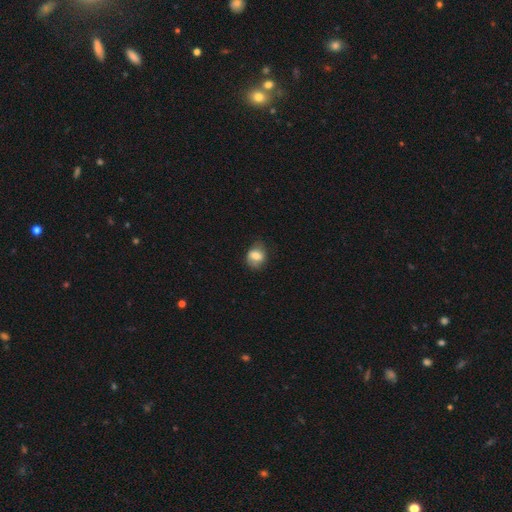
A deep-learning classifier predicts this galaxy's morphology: A smooth galaxy with no disk features (70%) that is in between round and cigar-shaped (50%).

Vote fractions:
- Smooth or featured? smooth: 70% / featured or disk: 21% / star or artifact: 9%
- How rounded? in between: 50% / round: 49% / cigar-shaped: 1%
- Merging? none: 67% / minor disturbance: 24% / major disturbance: 8% / merger: 1%